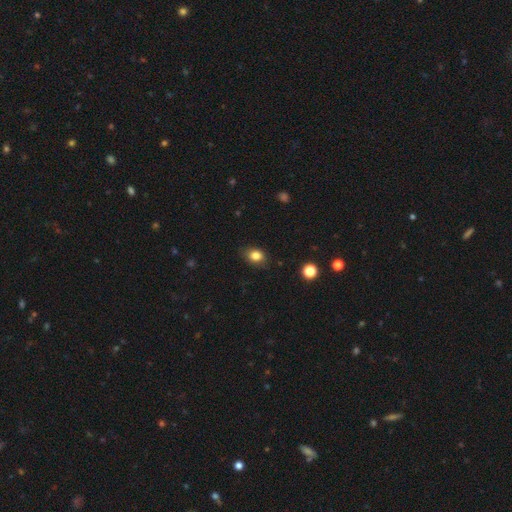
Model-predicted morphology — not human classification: type=smooth (83%); roundness=in between (63%); merging=none (81%).